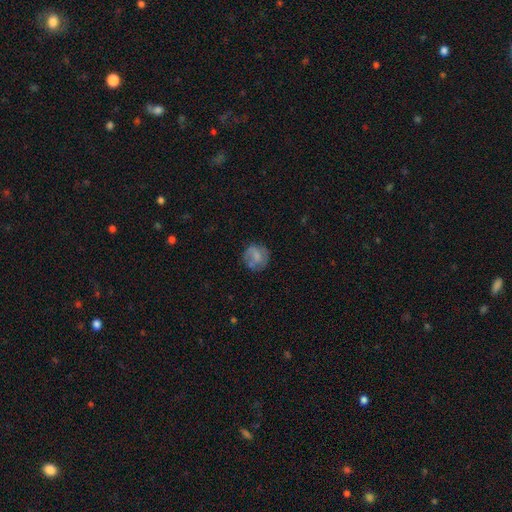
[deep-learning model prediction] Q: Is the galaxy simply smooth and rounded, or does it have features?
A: smooth — 58%.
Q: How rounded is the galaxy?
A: round — 82%.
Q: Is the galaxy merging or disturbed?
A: none — 65%.